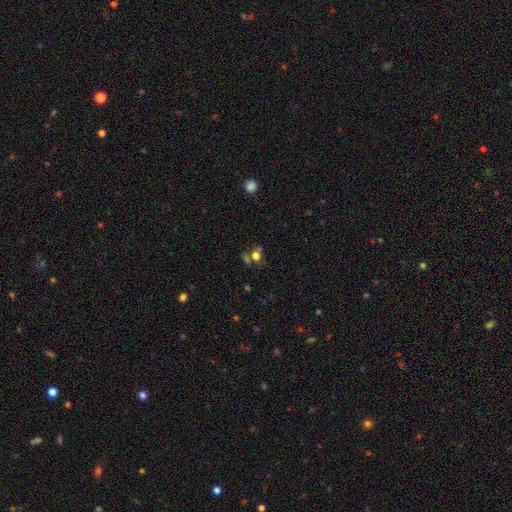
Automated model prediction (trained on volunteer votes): This is possibly a smooth galaxy (60%). How rounded: possibly round (53%). Merging: marginally none (44%).